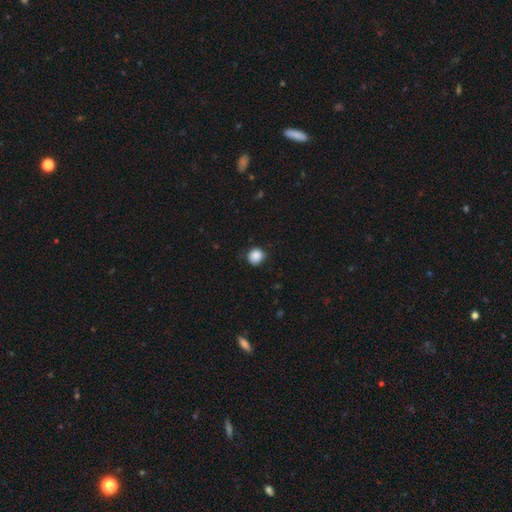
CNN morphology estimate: Smooth or featured: smooth — 88% (star or artifact — 9%)
How rounded: round — 89% (in between — 10%)
Merging: none — 85% (minor disturbance — 12%)